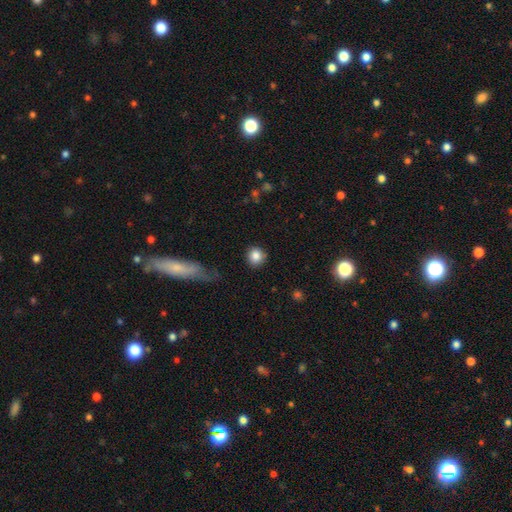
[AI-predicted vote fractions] Smooth or featured? Predicted: smooth (p=0.85). How rounded? Predicted: round (p=0.90). Merging? Predicted: none (p=0.89).